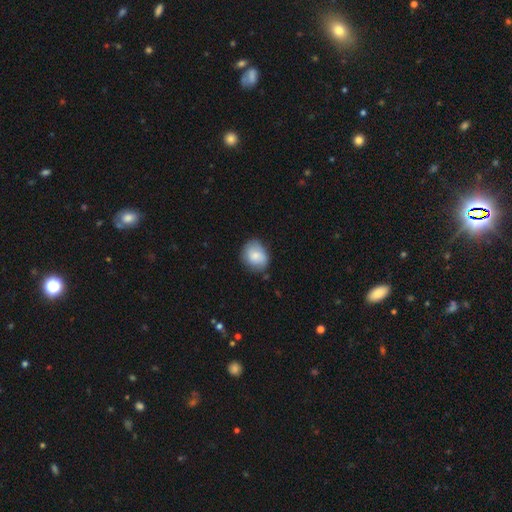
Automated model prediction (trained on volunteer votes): Smooth or featured? Predicted: smooth (p=0.77). How rounded? Predicted: round (p=0.53). Merging? Predicted: none (p=0.72).